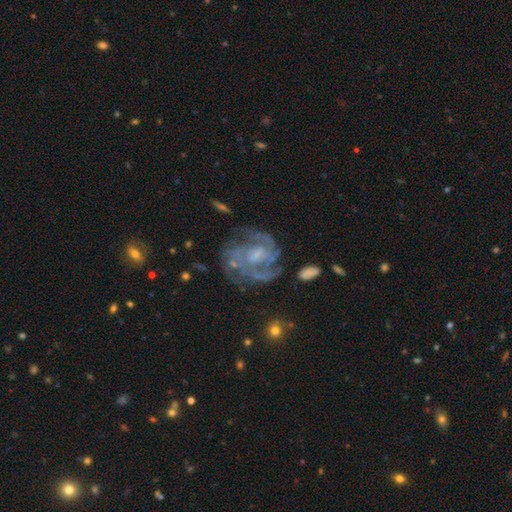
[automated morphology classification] featured or disk 85%, smooth 8%, star or artifact 7%. Down the decision tree: edge-on disk — no (98%); bar — no (45%); spiral arms — yes (93%); spiral arm count — 2 (32%); spiral winding — tight (50%); bulge size — small (36%); merging — none (62%).